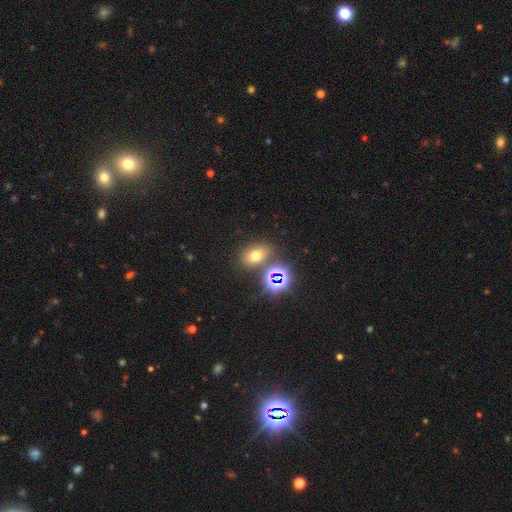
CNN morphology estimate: Smooth or featured?
  - smooth: 60% *
  - star or artifact: 29%
  - featured or disk: 11%
How rounded?
  - in between: 68% *
  - round: 30%
  - cigar-shaped: 2%
Merging?
  - none: 72% *
  - merger: 13%
  - minor disturbance: 11%
  - major disturbance: 4%